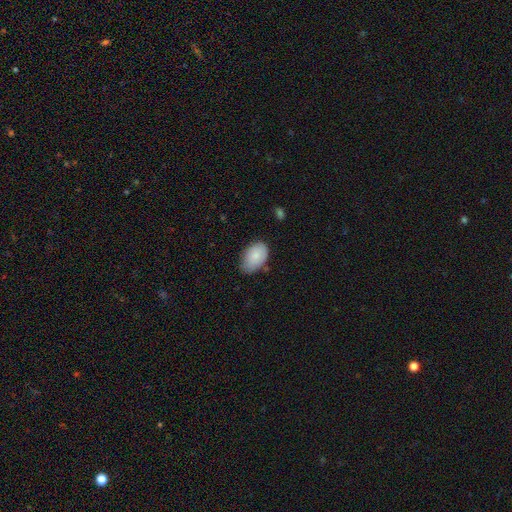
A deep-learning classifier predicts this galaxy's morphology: Q: Smooth or featured?
A: smooth (83%); runner-up: featured or disk (11%)
Q: How rounded?
A: in between (91%); runner-up: round (8%)
Q: Merging?
A: none (57%); runner-up: minor disturbance (36%)